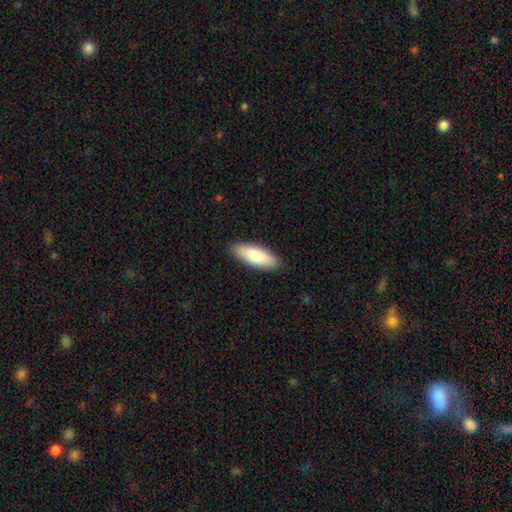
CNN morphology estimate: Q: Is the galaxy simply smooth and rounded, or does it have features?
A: smooth — 84%.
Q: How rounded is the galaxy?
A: in between — 66%.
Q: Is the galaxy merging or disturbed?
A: none — 89%.